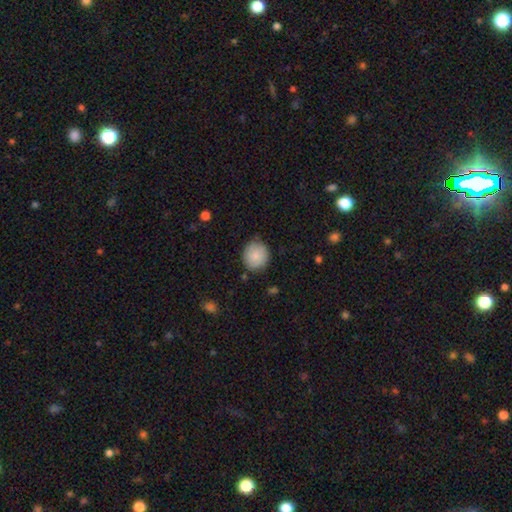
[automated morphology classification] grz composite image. It shows a smooth galaxy with no disk features (86%) that is round (85%). Merging: none (79%).